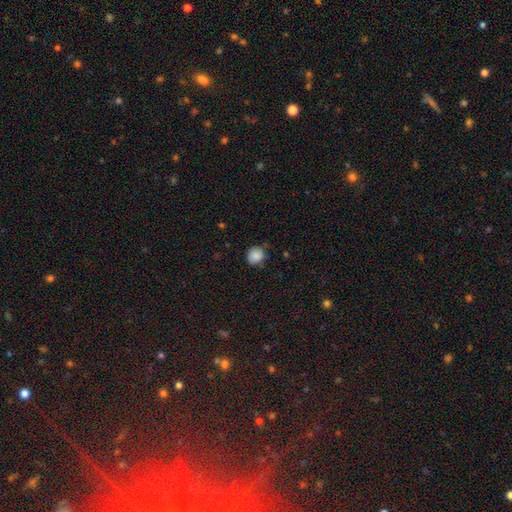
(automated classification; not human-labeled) smooth-or-featured: smooth: 86% | star or artifact: 9% | featured or disk: 5%
  how-rounded: round: 81% | in between: 18% | cigar-shaped: 1%
  merging: none: 78% | minor disturbance: 18% | major disturbance: 3% | merger: 2%